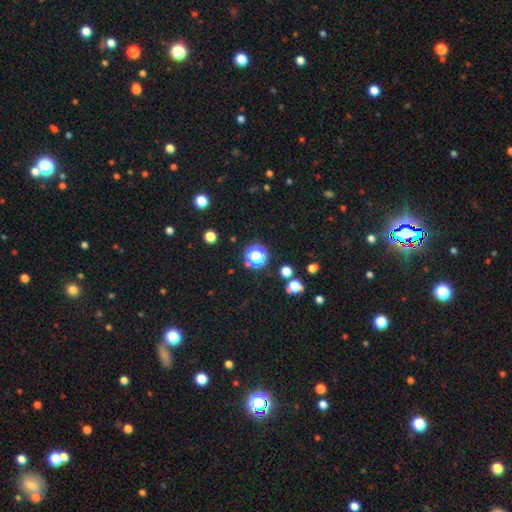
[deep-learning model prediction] Overall: star or artifact (49%; smooth 42%).